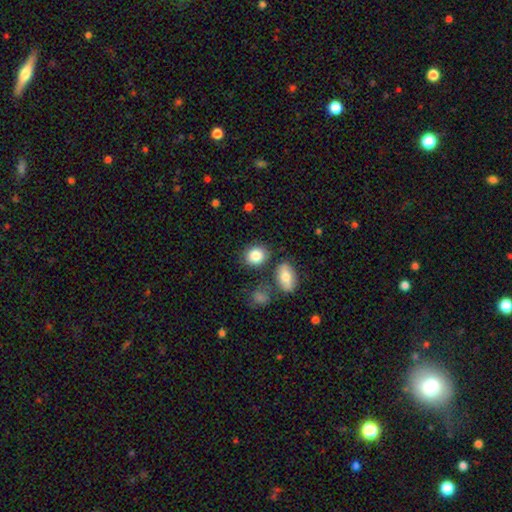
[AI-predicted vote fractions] A smooth galaxy with no disk features (85%) that is round (58%).

Vote fractions:
- Smooth or featured? smooth: 85% / star or artifact: 8% / featured or disk: 7%
- How rounded? round: 58% / in between: 41% / cigar-shaped: 1%
- Merging? none: 74% / minor disturbance: 13% / merger: 9% / major disturbance: 4%